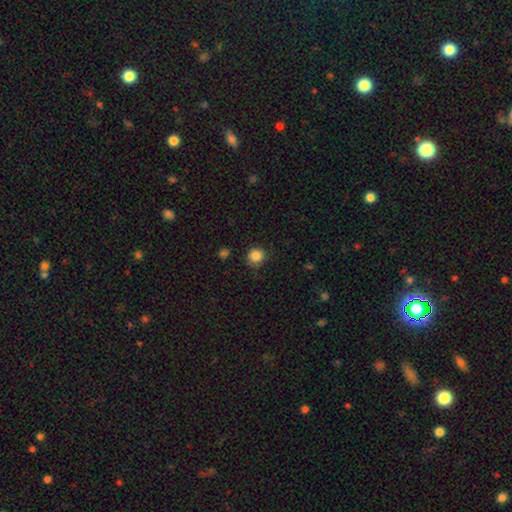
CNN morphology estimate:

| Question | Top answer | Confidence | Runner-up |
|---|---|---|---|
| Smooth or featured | smooth | 85% | star or artifact (11%) |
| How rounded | round | 90% | in between (9%) |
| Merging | none | 82% | minor disturbance (13%) |